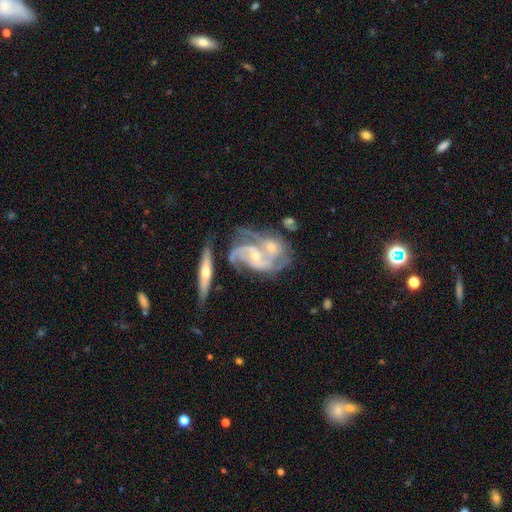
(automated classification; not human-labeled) featured or disk 89%, star or artifact 6%, smooth 5%. Down the decision tree: edge-on disk — no (95%); bar — no (56%); spiral arms — yes (97%); spiral arm count — 2 (54%); spiral winding — medium (49%); bulge size — small (62%); merging — merger (42%).